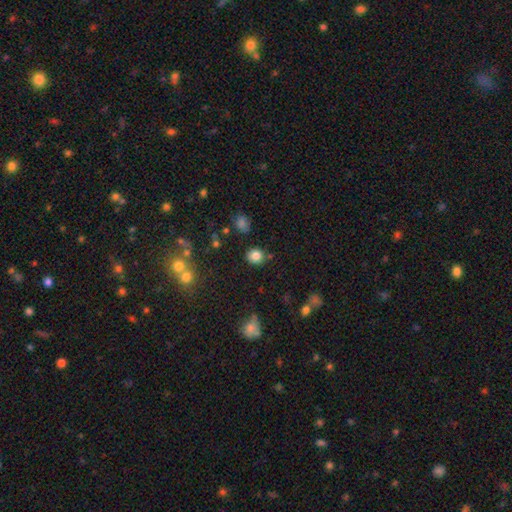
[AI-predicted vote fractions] Q: Smooth or featured?
A: smooth (82%); runner-up: star or artifact (12%)
Q: How rounded?
A: round (75%); runner-up: in between (24%)
Q: Merging?
A: none (83%); runner-up: minor disturbance (11%)